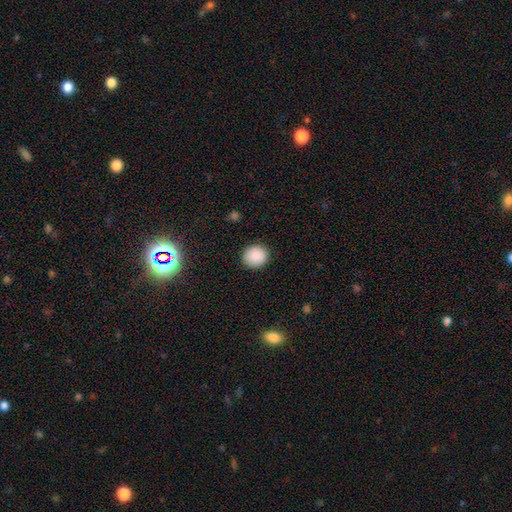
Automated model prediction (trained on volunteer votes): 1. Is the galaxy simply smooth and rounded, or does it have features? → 89% smooth, 8% star or artifact, 3% featured or disk.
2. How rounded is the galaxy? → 84% round, 15% in between, 1% cigar-shaped.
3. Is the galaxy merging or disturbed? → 90% none, 7% minor disturbance, 2% major disturbance, 1% merger.